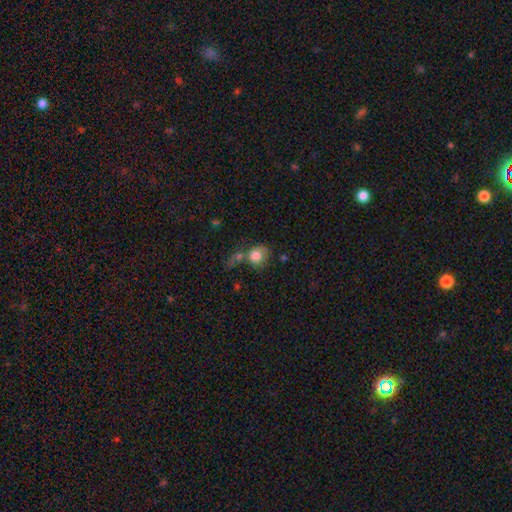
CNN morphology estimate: Smooth or featured? smooth (77%)
How rounded? round (70%)
Merging? merger (39%)